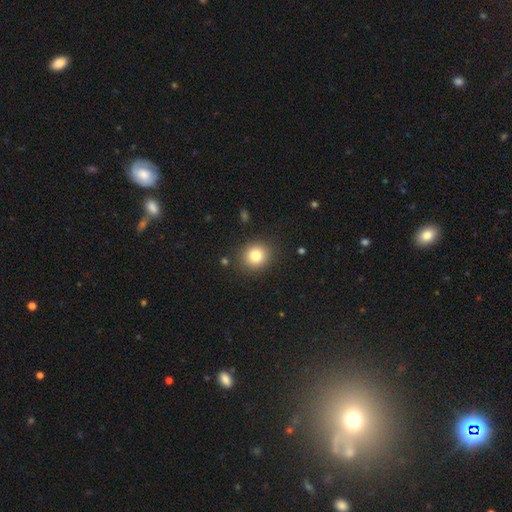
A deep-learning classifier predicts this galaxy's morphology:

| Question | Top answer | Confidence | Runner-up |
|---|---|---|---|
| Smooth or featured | smooth | 81% | star or artifact (11%) |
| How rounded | round | 85% | in between (14%) |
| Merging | none | 88% | minor disturbance (7%) |